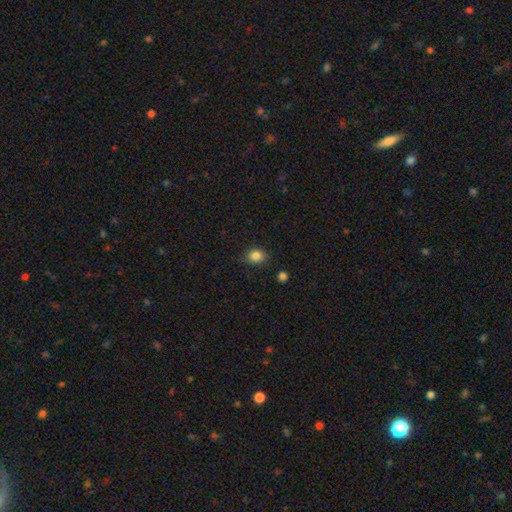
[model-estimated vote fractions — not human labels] Q: Smooth or featured?
A: smooth (84%); runner-up: star or artifact (11%)
Q: How rounded?
A: round (55%); runner-up: in between (44%)
Q: Merging?
A: none (84%); runner-up: minor disturbance (12%)